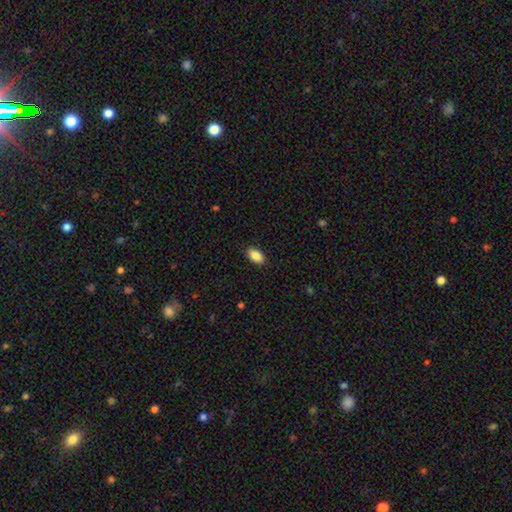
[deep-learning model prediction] Smooth or featured? smooth (87%)
How rounded? in between (92%)
Merging? none (88%)